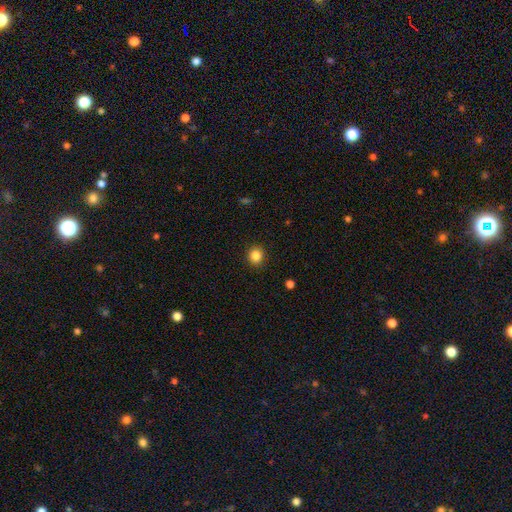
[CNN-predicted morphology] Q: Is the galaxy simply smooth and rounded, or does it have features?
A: smooth — 85%.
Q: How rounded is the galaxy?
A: round — 87%.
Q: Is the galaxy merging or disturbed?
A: none — 92%.